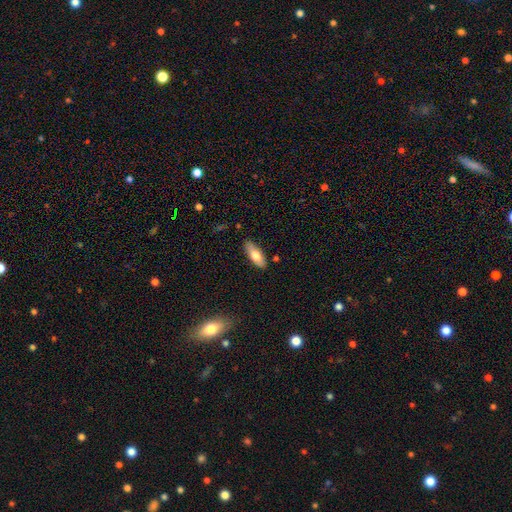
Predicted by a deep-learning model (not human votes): Q: Smooth or featured?
A: smooth (72%); runner-up: featured or disk (22%)
Q: How rounded?
A: in between (67%); runner-up: cigar-shaped (31%)
Q: Merging?
A: none (85%); runner-up: minor disturbance (11%)